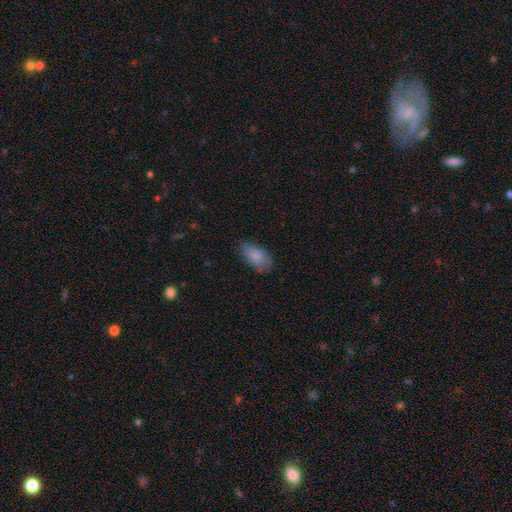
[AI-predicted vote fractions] Smooth or featured? smooth (81%)
How rounded? in between (92%)
Merging? none (64%)